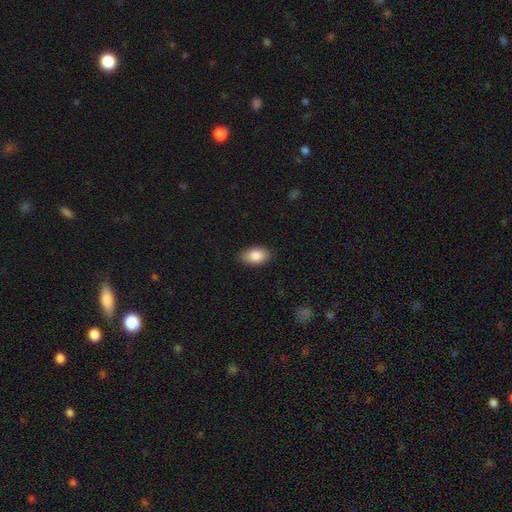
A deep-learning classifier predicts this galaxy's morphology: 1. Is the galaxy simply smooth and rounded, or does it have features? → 86% smooth, 7% featured or disk, 7% star or artifact.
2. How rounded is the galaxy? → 92% in between, 7% round, 2% cigar-shaped.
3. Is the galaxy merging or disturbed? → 86% none, 10% minor disturbance, 2% major disturbance, 1% merger.